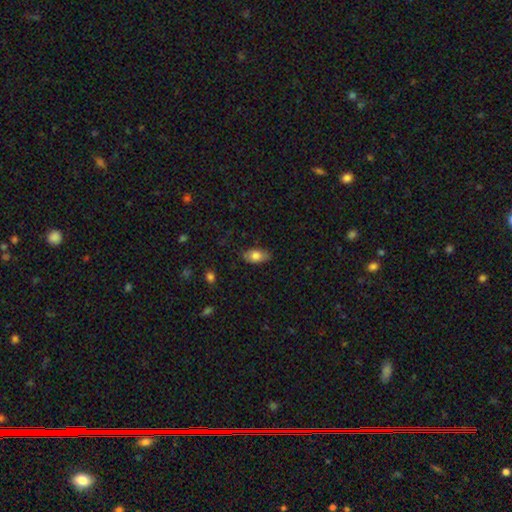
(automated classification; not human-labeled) The model was most divided on "smooth or featured": smooth: 78%, featured or disk: 15%, star or artifact: 7%. More confident: how rounded — in between (90%); merging — none (80%).